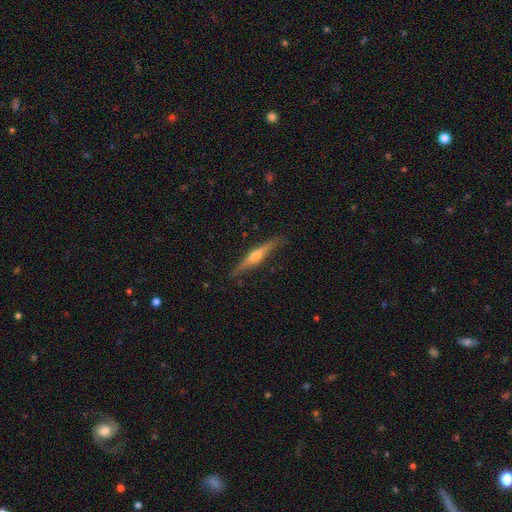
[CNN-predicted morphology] smooth_or_featured: featured or disk (p=0.71) [alt: smooth p=0.24]
disk_edge_on: yes (p=0.97) [alt: no p=0.03]
edge_on_bulge: rounded (p=0.91) [alt: none p=0.05]
merging: none (p=0.87) [alt: minor disturbance p=0.10]